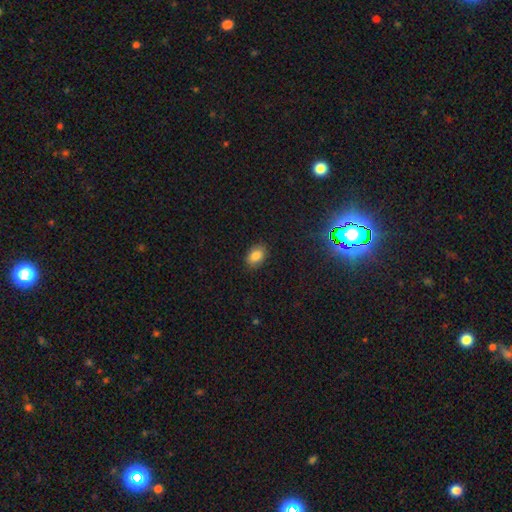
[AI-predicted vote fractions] smooth-or-featured: smooth: 84% | star or artifact: 10% | featured or disk: 6%
  how-rounded: in between: 85% | round: 13% | cigar-shaped: 1%
  merging: none: 87% | minor disturbance: 9% | major disturbance: 2% | merger: 1%